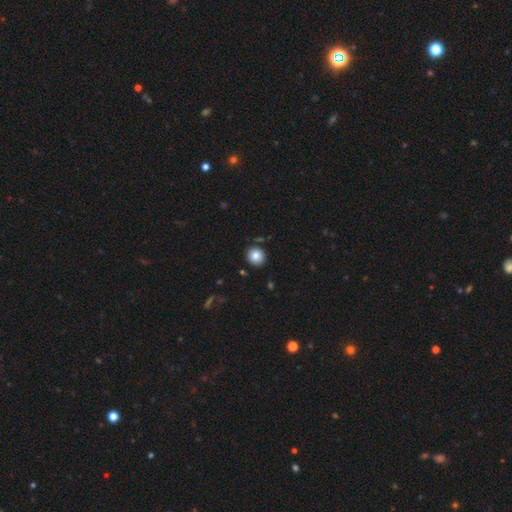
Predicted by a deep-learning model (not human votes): The model was most divided on "how rounded": round: 86%, in between: 13%, cigar-shaped: 1%. More confident: merging — none (88%); smooth or featured — smooth (84%).